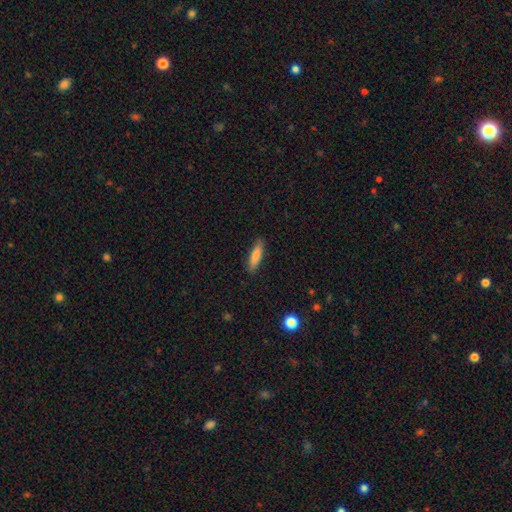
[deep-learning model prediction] This is clearly a smooth galaxy (81%). How rounded: likely cigar-shaped (71%). Merging: clearly none (88%).